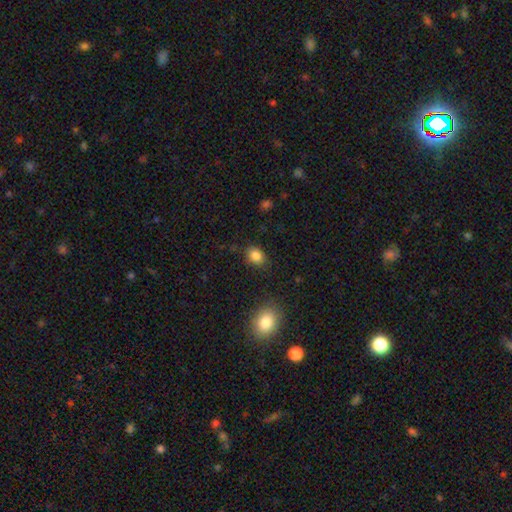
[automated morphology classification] Smooth or featured? smooth (85%)
How rounded? in between (55%)
Merging? none (83%)